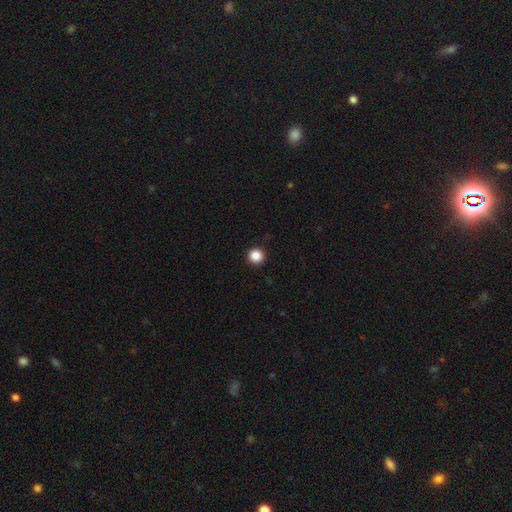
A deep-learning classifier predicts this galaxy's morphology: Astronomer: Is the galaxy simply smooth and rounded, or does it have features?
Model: smooth — 88%.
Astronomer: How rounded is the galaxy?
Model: round — 95%.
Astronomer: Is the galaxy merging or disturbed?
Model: none — 93%.